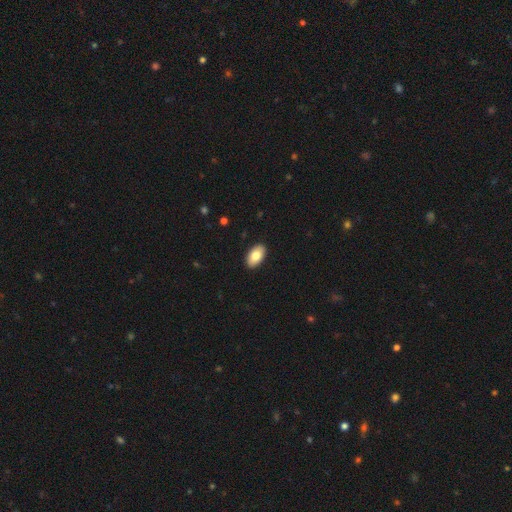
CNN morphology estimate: This appears to be a smooth galaxy with no disk features (82%) that is in between round and cigar-shaped (95%). Merging: none (91%).